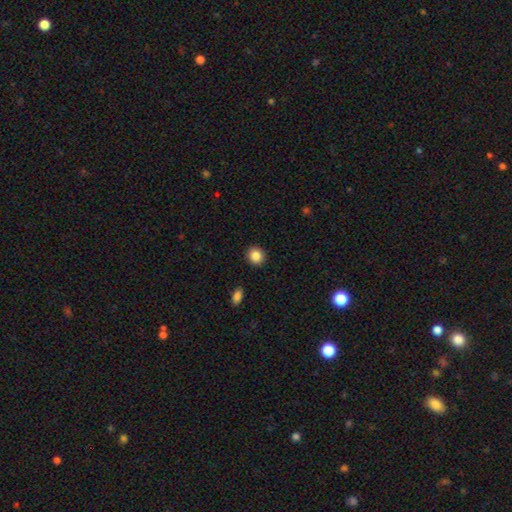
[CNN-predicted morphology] smooth_or_featured: smooth (p=0.86) [alt: star or artifact p=0.09]
how_rounded: round (p=0.85) [alt: in between p=0.14]
merging: none (p=0.92) [alt: minor disturbance p=0.05]